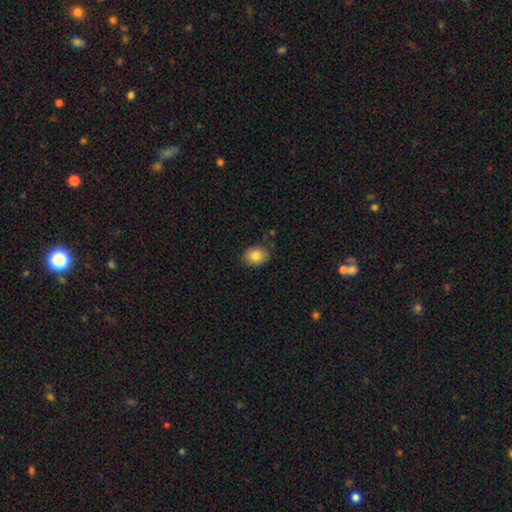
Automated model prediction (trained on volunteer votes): Morphology: type=smooth (83%); roundness=in between (57%); merging=none (80%).